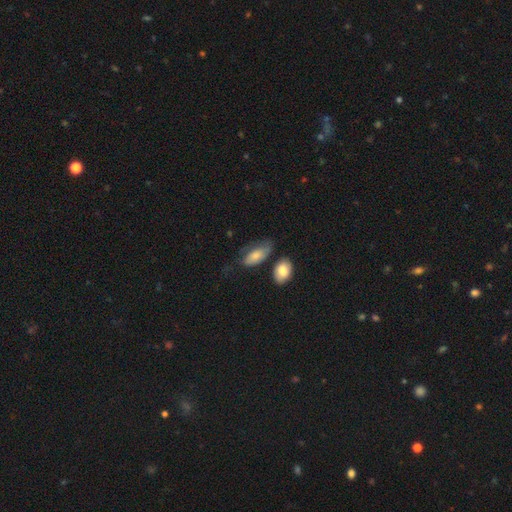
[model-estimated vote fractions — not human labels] A smooth galaxy with no disk features (74%) that is in between round and cigar-shaped (91%). Merging: none (38%).